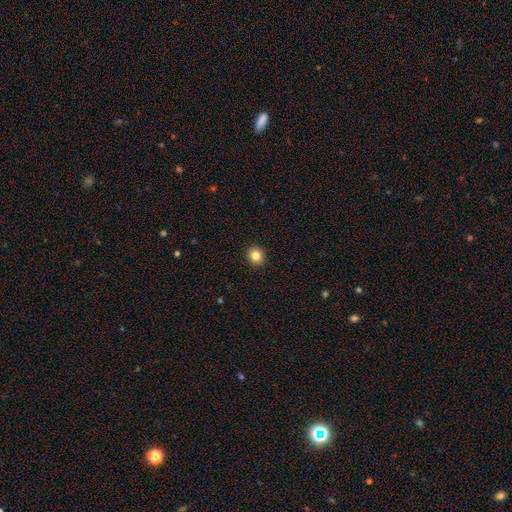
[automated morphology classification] Smooth or featured: smooth — 83% (star or artifact — 11%)
How rounded: round — 79% (in between — 20%)
Merging: none — 93% (minor disturbance — 5%)